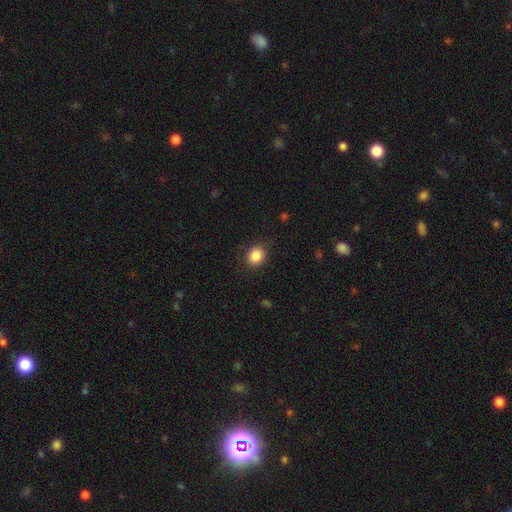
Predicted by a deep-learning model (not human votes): This appears to be a smooth galaxy with no disk features (86%) that is round (61%). Merging: none (86%).